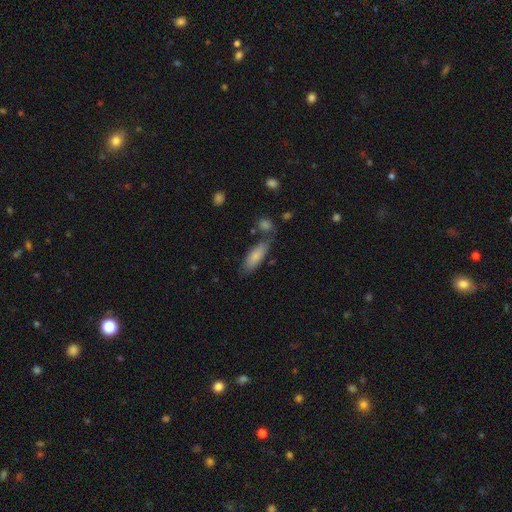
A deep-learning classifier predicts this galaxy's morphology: Overall: smooth (80%). How rounded: in between (65%; cigar-shaped 33%). Merging: none (67%).